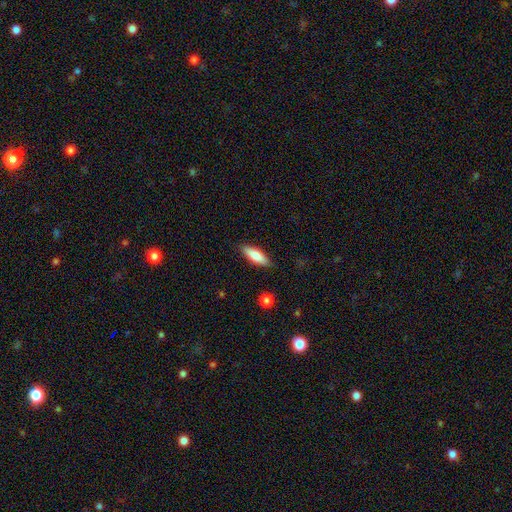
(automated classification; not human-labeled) Overall: smooth (78%). How rounded: in between (54%; cigar-shaped 44%). Merging: none (86%).